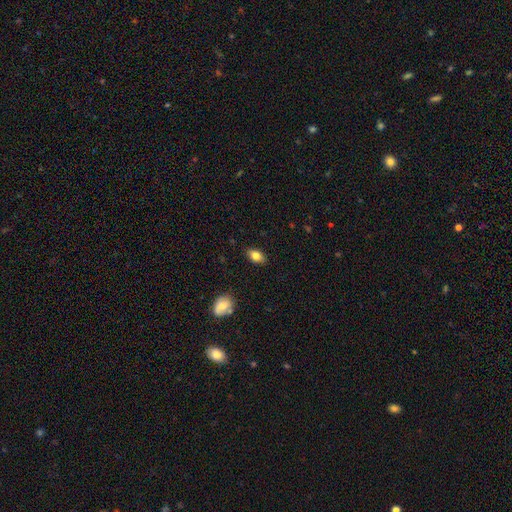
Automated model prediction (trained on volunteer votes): The model was most divided on "smooth or featured": smooth: 82%, featured or disk: 10%, star or artifact: 8%. More confident: how rounded — in between (87%); merging — none (87%).